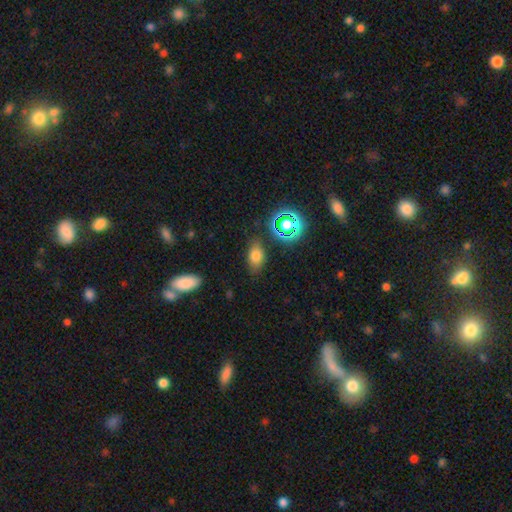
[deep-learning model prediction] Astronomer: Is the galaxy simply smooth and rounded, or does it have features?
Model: smooth — 73%.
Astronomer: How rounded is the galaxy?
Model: in between — 84%.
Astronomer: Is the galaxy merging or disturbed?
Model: none — 77%.